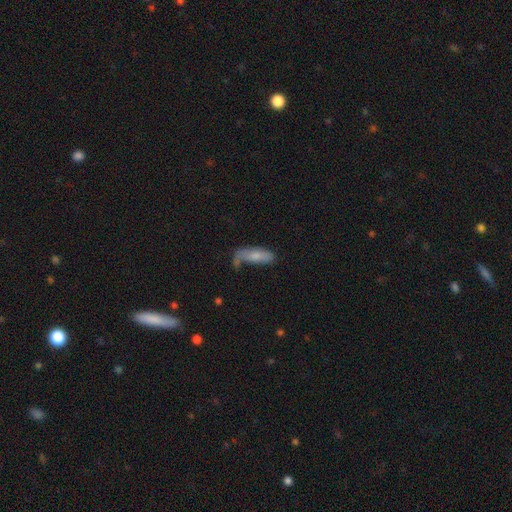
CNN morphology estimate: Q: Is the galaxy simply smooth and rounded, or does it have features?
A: smooth — 69%.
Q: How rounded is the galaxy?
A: in between — 62%.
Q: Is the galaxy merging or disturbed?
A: none — 40%.